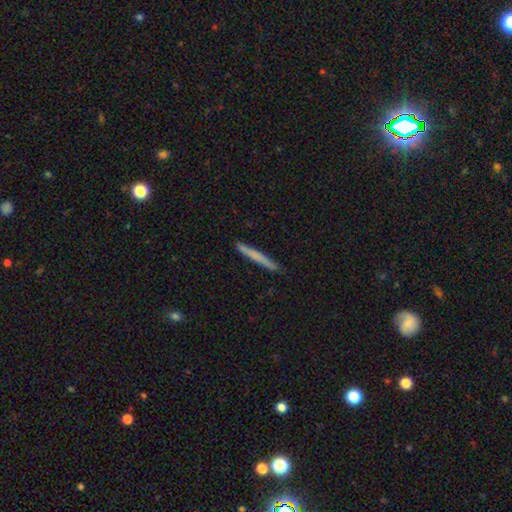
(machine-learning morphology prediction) Q: Smooth or featured?
A: smooth (64%); runner-up: featured or disk (30%)
Q: How rounded?
A: cigar-shaped (97%); runner-up: in between (2%)
Q: Merging?
A: none (91%); runner-up: minor disturbance (7%)